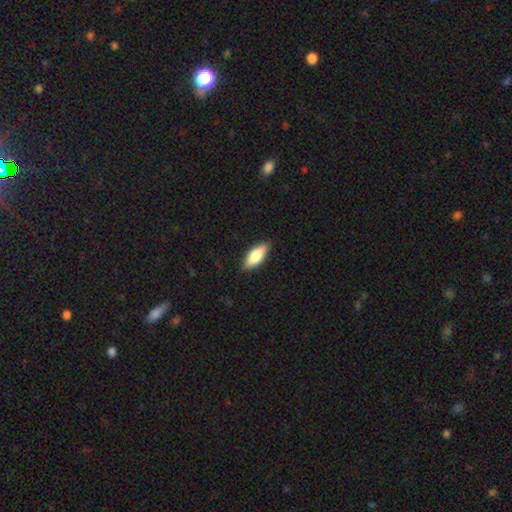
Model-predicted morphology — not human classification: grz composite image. It shows a smooth galaxy with no disk features (75%) that is in between round and cigar-shaped (73%). Merging: none (87%).